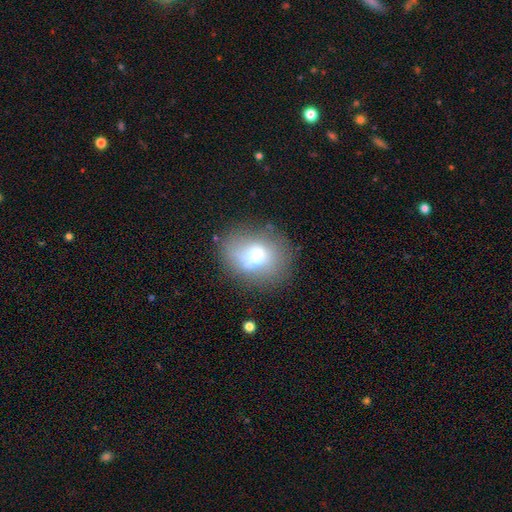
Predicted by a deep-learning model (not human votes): This is likely a smooth galaxy (62%). How rounded: possibly round (50%). Merging: likely none (65%).